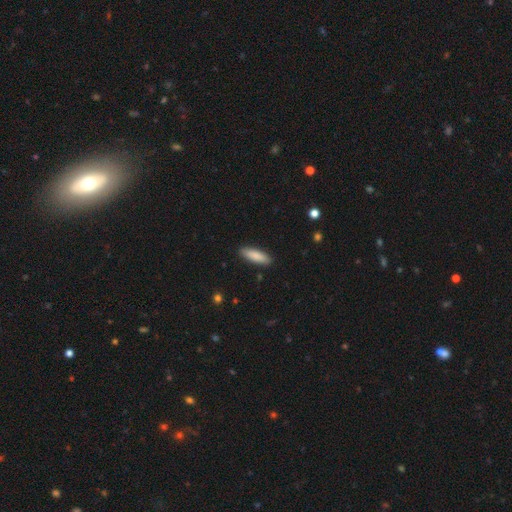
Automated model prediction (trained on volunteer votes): Smooth or featured? smooth (86%)
How rounded? cigar-shaped (54%)
Merging? none (90%)